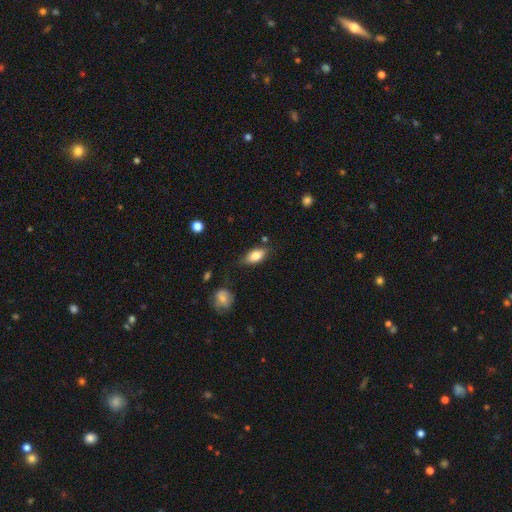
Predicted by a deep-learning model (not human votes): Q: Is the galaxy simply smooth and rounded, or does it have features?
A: smooth — 77%.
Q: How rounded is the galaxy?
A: in between — 86%.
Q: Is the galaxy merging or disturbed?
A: none — 74%.